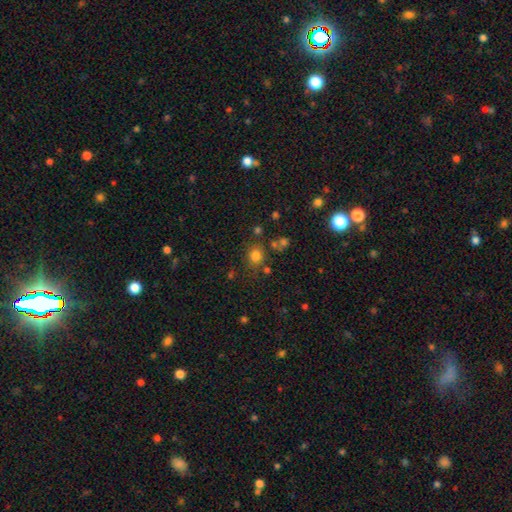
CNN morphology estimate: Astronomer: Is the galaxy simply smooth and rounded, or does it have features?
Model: smooth — 77%.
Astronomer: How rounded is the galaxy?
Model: round — 66%.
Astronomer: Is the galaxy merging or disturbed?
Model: none — 72%.